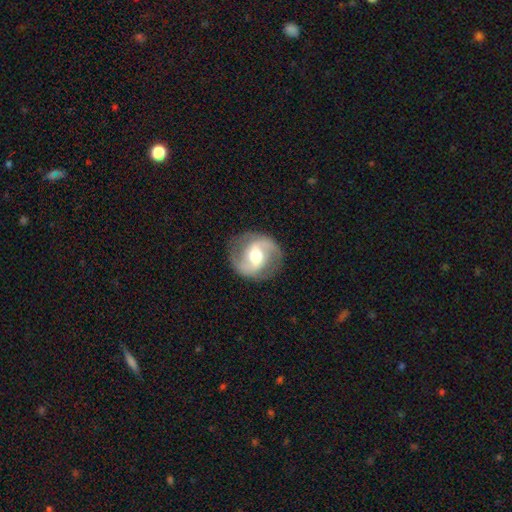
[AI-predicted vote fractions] Overall: featured or disk (82%). Edge-on disk: no (97%). Bar: weak (44%; no 28%). Spiral arms: yes (92%). Spiral arm count: 2 (92%). Spiral winding: medium (51%; loose 31%). Bulge size: moderate (69%). Merging: none (84%).